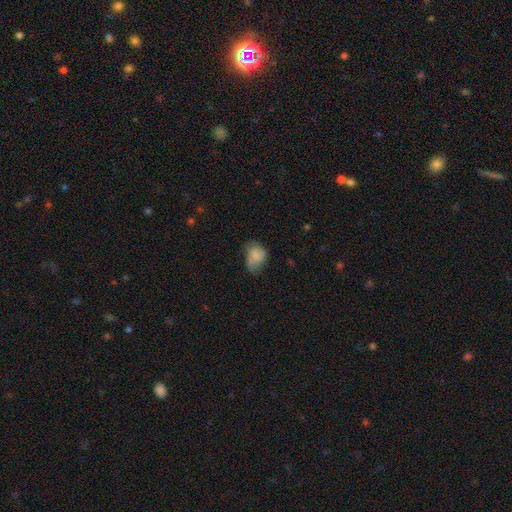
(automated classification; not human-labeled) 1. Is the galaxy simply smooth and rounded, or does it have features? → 66% smooth, 23% featured or disk, 10% star or artifact.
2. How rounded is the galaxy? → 70% in between, 29% round, 1% cigar-shaped.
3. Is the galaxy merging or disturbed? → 36% none, 34% minor disturbance, 22% major disturbance, 8% merger.